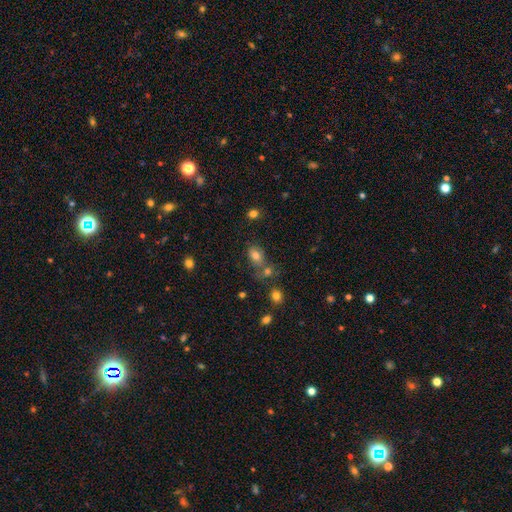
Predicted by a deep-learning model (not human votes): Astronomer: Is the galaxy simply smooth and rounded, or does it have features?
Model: smooth — 75%.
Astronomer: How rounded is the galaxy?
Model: in between — 78%.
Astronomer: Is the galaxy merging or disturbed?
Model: none — 52%.